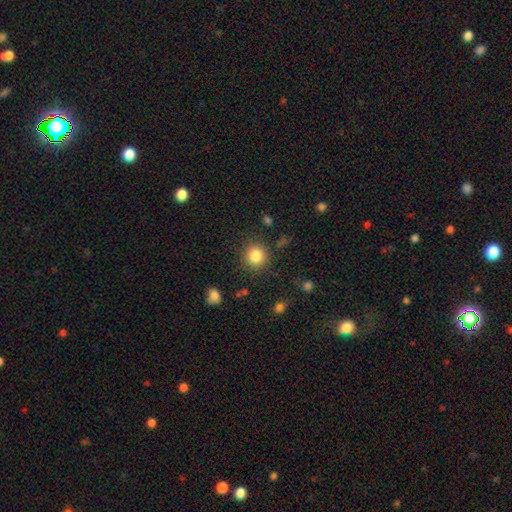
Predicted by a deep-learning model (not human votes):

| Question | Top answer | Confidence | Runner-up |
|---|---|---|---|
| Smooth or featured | smooth | 84% | star or artifact (11%) |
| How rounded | round | 91% | in between (8%) |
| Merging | none | 86% | minor disturbance (8%) |